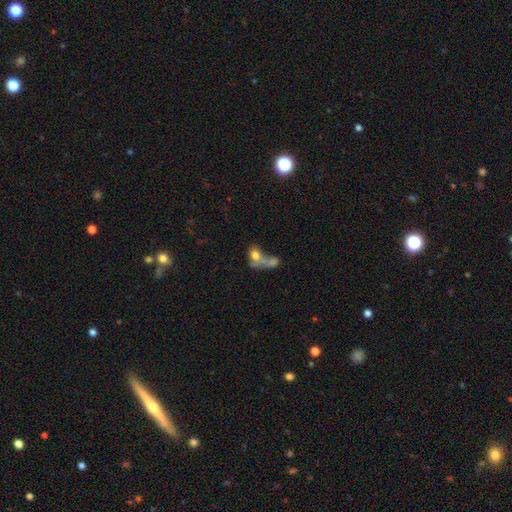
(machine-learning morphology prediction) A smooth galaxy with no disk features (68%) that is in between round and cigar-shaped (64%).

Vote fractions:
- Smooth or featured? smooth: 68% / featured or disk: 21% / star or artifact: 10%
- How rounded? in between: 64% / round: 33% / cigar-shaped: 3%
- Merging? merger: 65% / none: 16% / major disturbance: 11% / minor disturbance: 8%